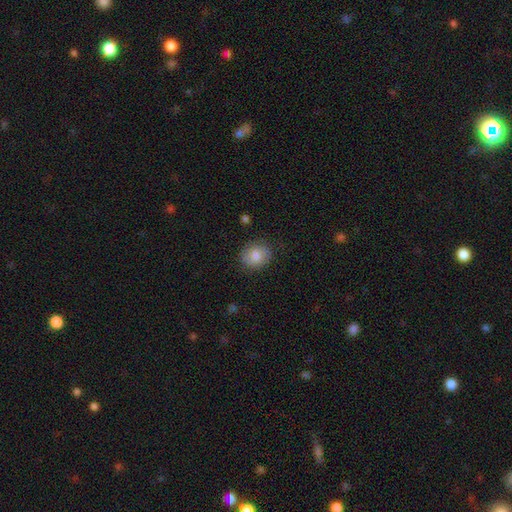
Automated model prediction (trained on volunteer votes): smooth-or-featured: smooth: 81% | featured or disk: 11% | star or artifact: 8%
  how-rounded: round: 61% | in between: 38% | cigar-shaped: 1%
  merging: none: 83% | minor disturbance: 13% | major disturbance: 3% | merger: 1%